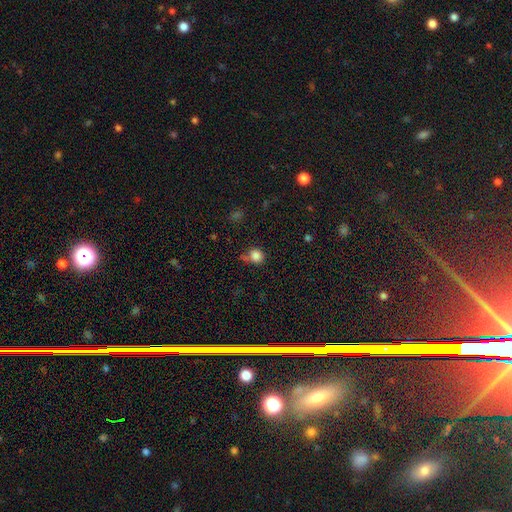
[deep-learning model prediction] Smooth or featured: smooth — 84% (star or artifact — 11%)
How rounded: round — 87% (in between — 12%)
Merging: none — 61% (minor disturbance — 19%)